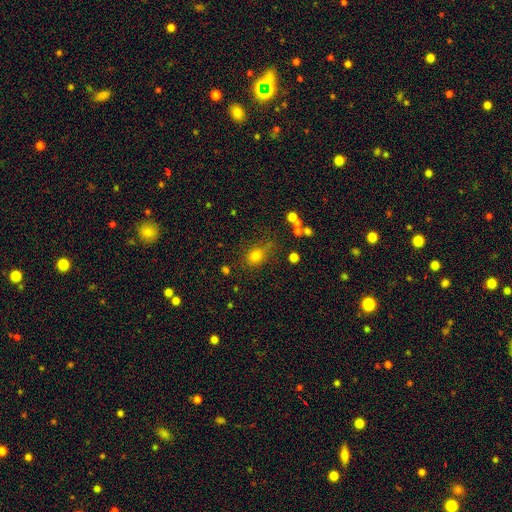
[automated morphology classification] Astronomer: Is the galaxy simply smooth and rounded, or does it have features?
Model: smooth — 76%.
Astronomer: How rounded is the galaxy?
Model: round — 53% (runner-up: in between, 45%).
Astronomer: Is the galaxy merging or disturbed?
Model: none — 66%.